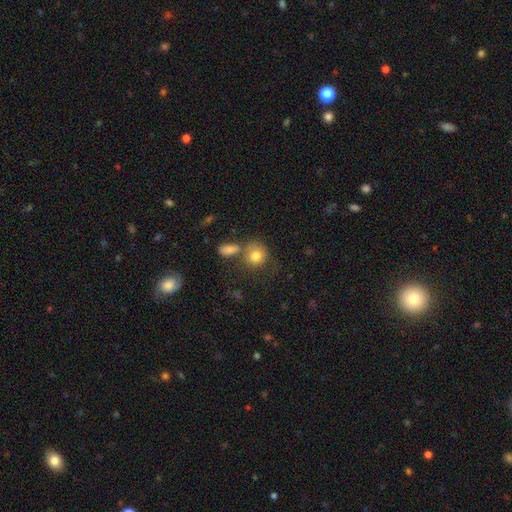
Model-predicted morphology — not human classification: smooth 80%, featured or disk 12%, star or artifact 9%. Down the decision tree: how rounded — round (79%); merging — none (50%).